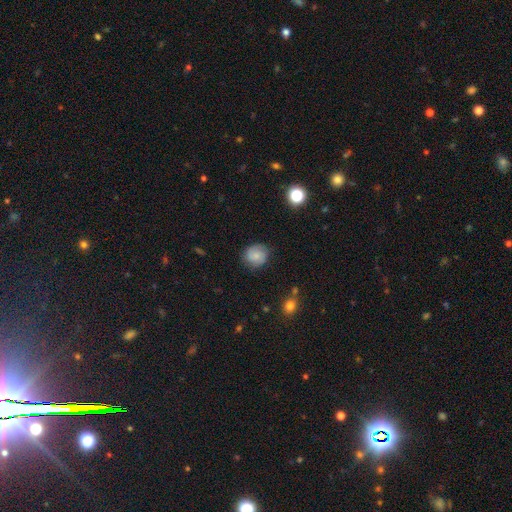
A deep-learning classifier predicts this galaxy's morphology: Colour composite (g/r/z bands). It shows a smooth galaxy with no disk features (59%) that is round (77%). Merging: none (77%).